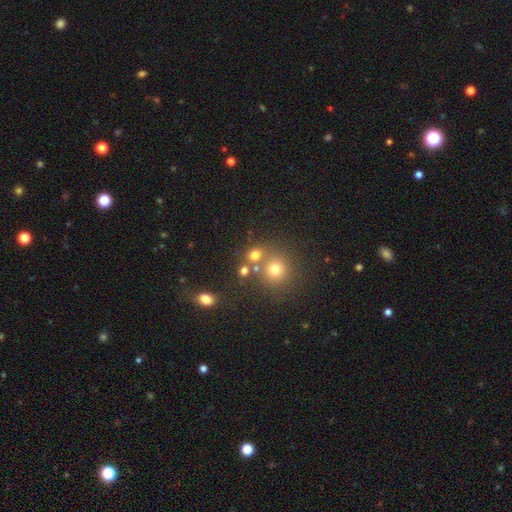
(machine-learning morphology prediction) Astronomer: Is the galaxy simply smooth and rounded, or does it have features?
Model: smooth — 66%.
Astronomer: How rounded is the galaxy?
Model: round — 86%.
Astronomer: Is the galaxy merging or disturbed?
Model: none — 63%.